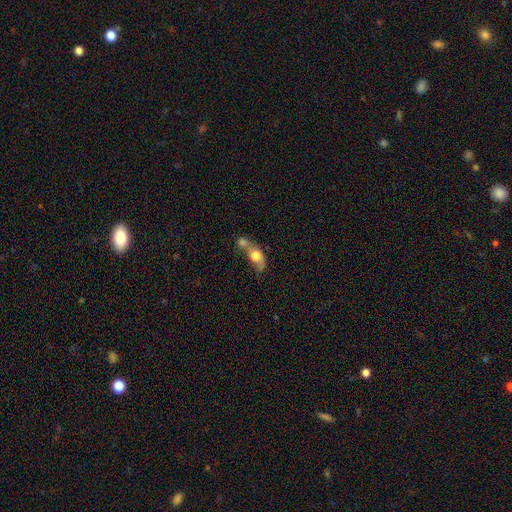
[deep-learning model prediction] smooth_or_featured: smooth (p=0.61) [alt: featured or disk p=0.30]
how_rounded: in between (p=0.59) [alt: round p=0.33]
merging: merger (p=0.70) [alt: none p=0.11]